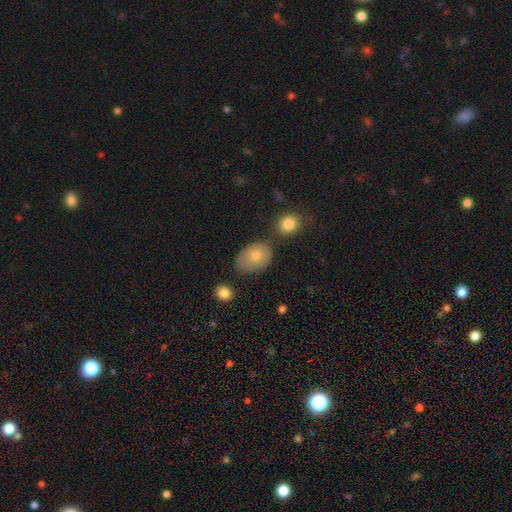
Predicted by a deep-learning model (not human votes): This appears to be a smooth galaxy with no disk features (72%) that is in between round and cigar-shaped (77%). Merging: none (63%).